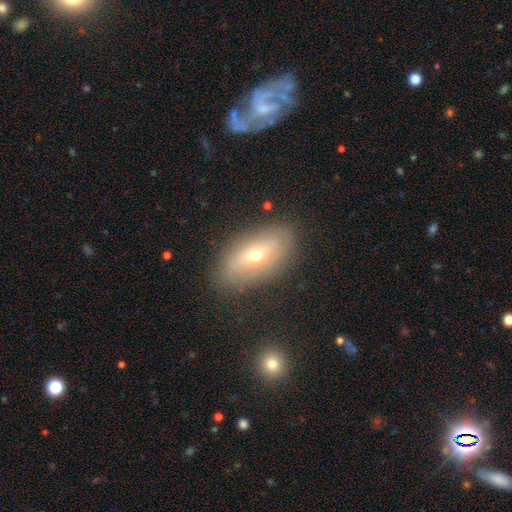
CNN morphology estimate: Smooth or featured? smooth (52%)
How rounded? in between (88%)
Merging? none (81%)